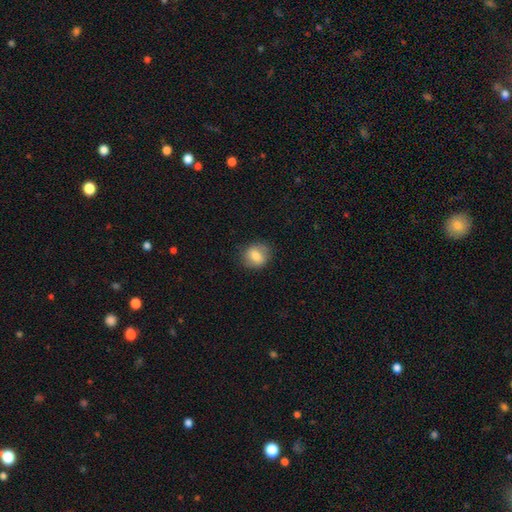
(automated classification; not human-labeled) smooth-or-featured: smooth: 75% | featured or disk: 17% | star or artifact: 9%
  how-rounded: round: 64% | in between: 35% | cigar-shaped: 1%
  merging: none: 82% | minor disturbance: 13% | major disturbance: 4% | merger: 1%